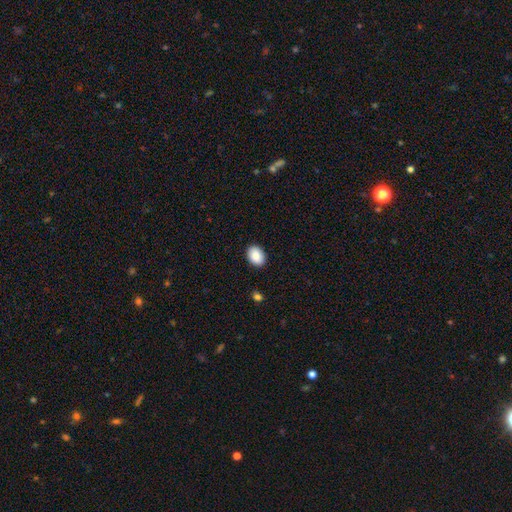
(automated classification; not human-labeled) A smooth galaxy with no disk features (87%) that is in between round and cigar-shaped (78%).

Vote fractions:
- Smooth or featured? smooth: 87% / star or artifact: 7% / featured or disk: 6%
- How rounded? in between: 78% / round: 21% / cigar-shaped: 1%
- Merging? none: 90% / minor disturbance: 7% / major disturbance: 2% / merger: 1%